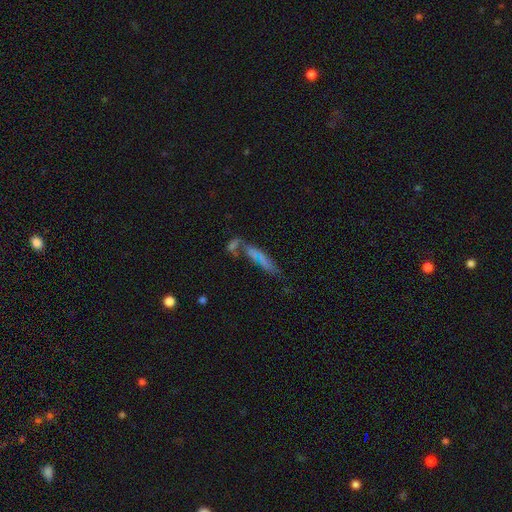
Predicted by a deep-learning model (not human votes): This appears to be a smooth galaxy with no disk features (42%). Merging: none (44%).